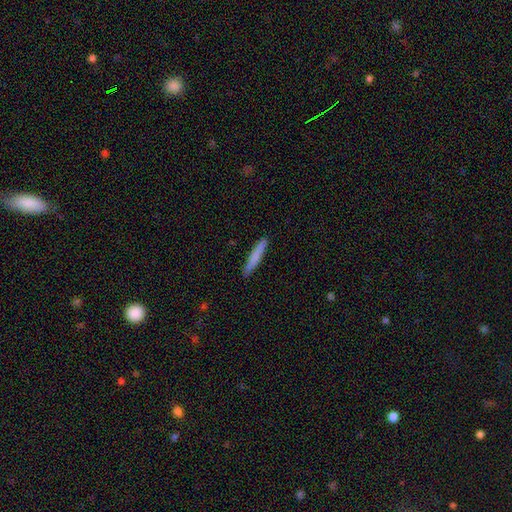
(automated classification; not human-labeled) Smooth or featured: smooth — 77% (featured or disk — 17%)
How rounded: cigar-shaped — 95% (in between — 4%)
Merging: none — 89% (minor disturbance — 8%)